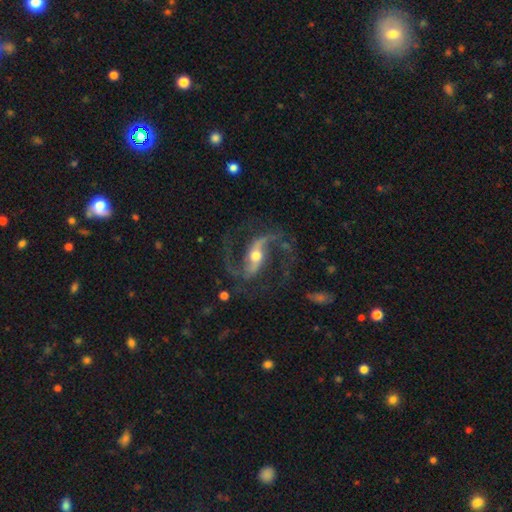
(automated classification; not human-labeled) The model was most divided on "spiral winding": loose: 50%, medium: 43%, tight: 8%. More confident: spiral arms — yes (97%); edge-on disk — no (96%); spiral arm count — 2 (93%); smooth or featured — featured or disk (92%); merging — none (72%); bulge size — moderate (65%); bar — strong (52%).